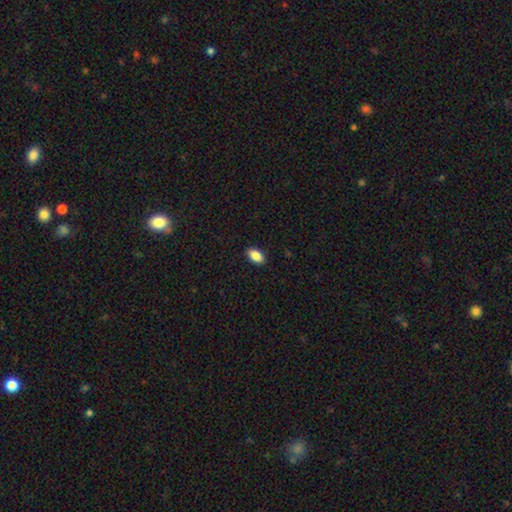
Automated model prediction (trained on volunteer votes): This appears to be a smooth galaxy with no disk features (87%) that is in between round and cigar-shaped (92%). Merging: none (90%).